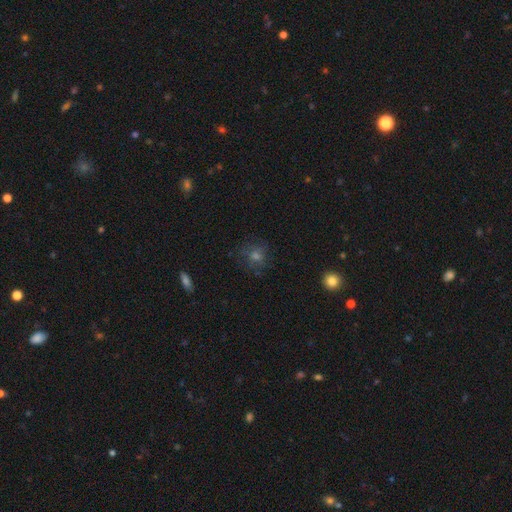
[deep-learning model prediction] smooth-or-featured: smooth: 50% | star or artifact: 27% | featured or disk: 23%
  merging: none: 74% | minor disturbance: 15% | major disturbance: 9% | merger: 2%